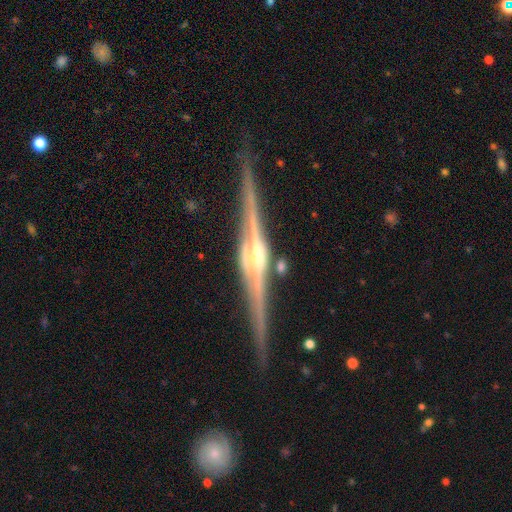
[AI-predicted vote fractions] Q: Smooth or featured?
A: featured or disk (91%); runner-up: star or artifact (5%)
Q: Edge-on disk?
A: yes (98%); runner-up: no (2%)
Q: Edge-on bulge?
A: rounded (80%); runner-up: boxy (14%)
Q: Merging?
A: none (86%); runner-up: minor disturbance (10%)